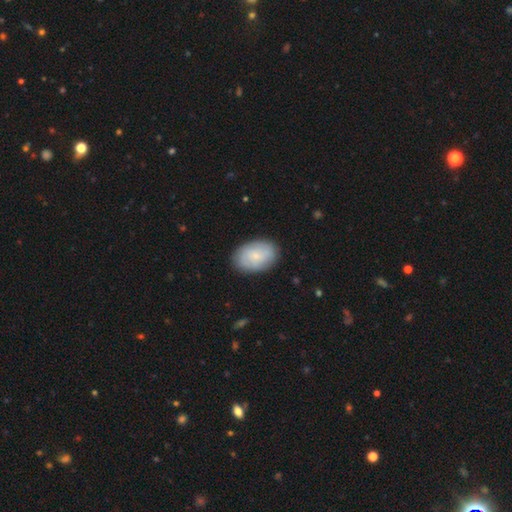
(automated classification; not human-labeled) Smooth or featured: smooth — 66% (featured or disk — 28%)
How rounded: in between — 87% (round — 12%)
Merging: none — 85% (minor disturbance — 11%)